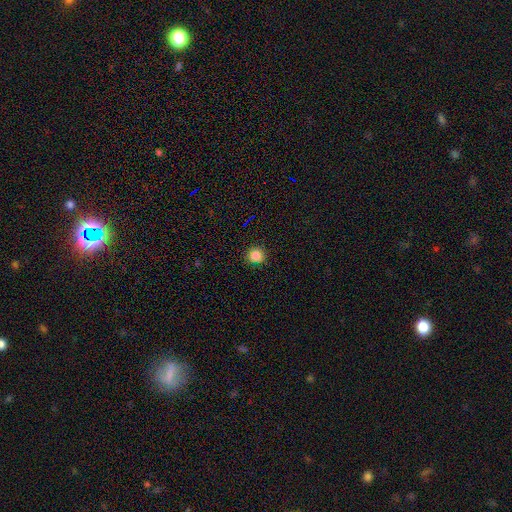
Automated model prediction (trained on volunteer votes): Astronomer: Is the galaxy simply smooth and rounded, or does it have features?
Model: smooth — 84%.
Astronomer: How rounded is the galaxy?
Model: round — 94%.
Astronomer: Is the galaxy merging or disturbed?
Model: none — 91%.